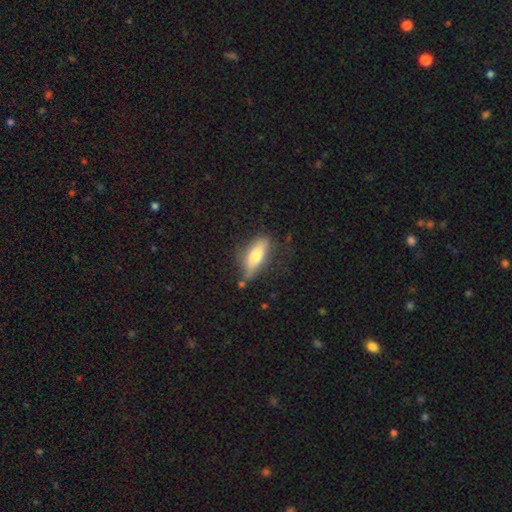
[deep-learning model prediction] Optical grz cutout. It shows a smooth galaxy with no disk features (67%) that is in between round and cigar-shaped (65%). Merging: none (66%).